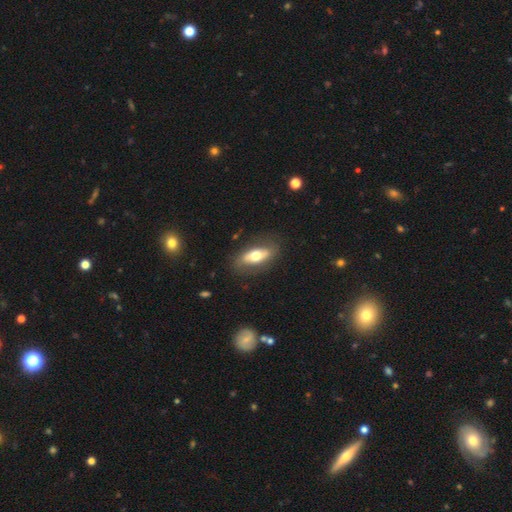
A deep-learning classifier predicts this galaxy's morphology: smooth_or_featured: smooth (p=0.52) [alt: featured or disk p=0.42]
how_rounded: in between (p=0.78) [alt: cigar-shaped p=0.18]
merging: none (p=0.78) [alt: minor disturbance p=0.15]